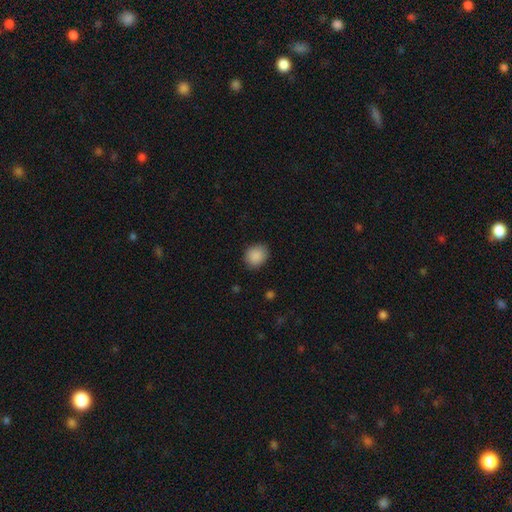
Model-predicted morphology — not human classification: smooth-or-featured: smooth: 89% | star or artifact: 8% | featured or disk: 3%
  how-rounded: round: 68% | in between: 32% | cigar-shaped: 1%
  merging: none: 85% | minor disturbance: 11% | major disturbance: 3% | merger: 1%